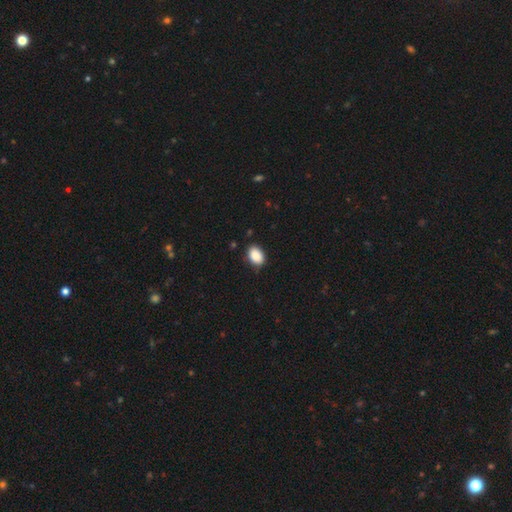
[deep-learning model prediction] Smooth or featured: smooth — 89% (star or artifact — 8%)
How rounded: in between — 84% (round — 15%)
Merging: none — 84% (minor disturbance — 13%)